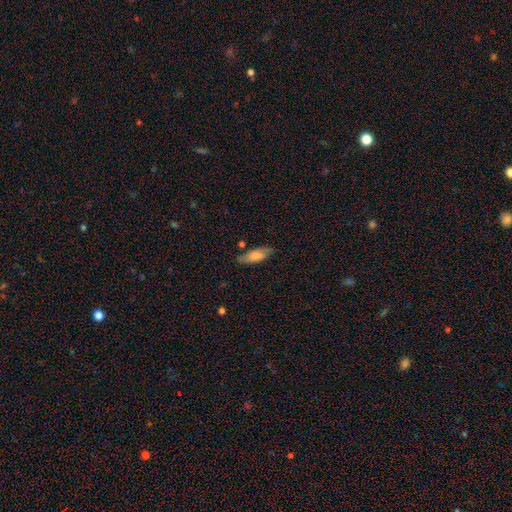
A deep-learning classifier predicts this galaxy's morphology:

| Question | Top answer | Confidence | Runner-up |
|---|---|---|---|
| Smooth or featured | smooth | 76% | featured or disk (18%) |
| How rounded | in between | 70% | cigar-shaped (28%) |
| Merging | none | 72% | minor disturbance (20%) |